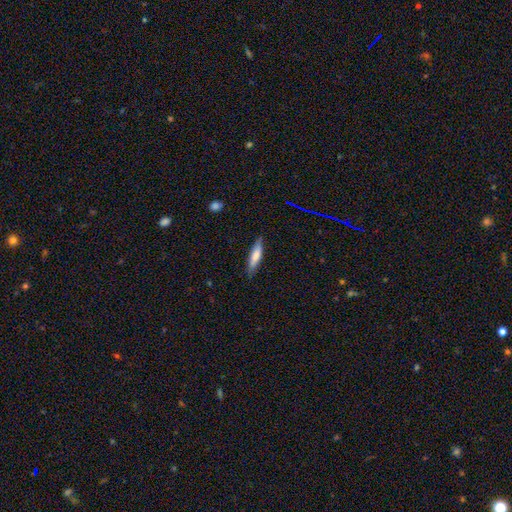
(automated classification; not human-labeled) This appears to be a smooth galaxy with no disk features (69%) that is cigar-shaped (78%). Merging: none (84%).